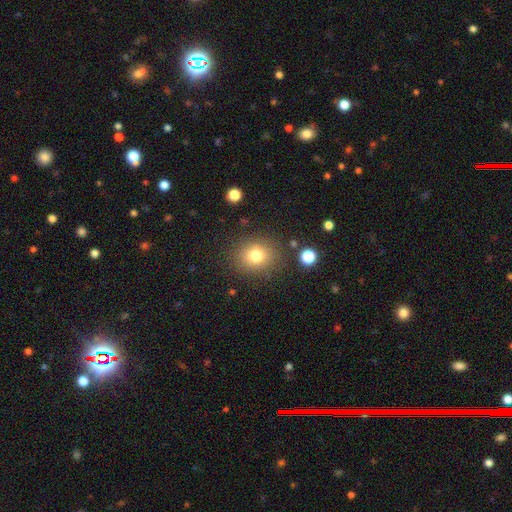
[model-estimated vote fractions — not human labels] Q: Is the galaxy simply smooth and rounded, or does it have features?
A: smooth — 78%.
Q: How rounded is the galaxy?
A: round — 68%.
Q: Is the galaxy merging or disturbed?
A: none — 82%.